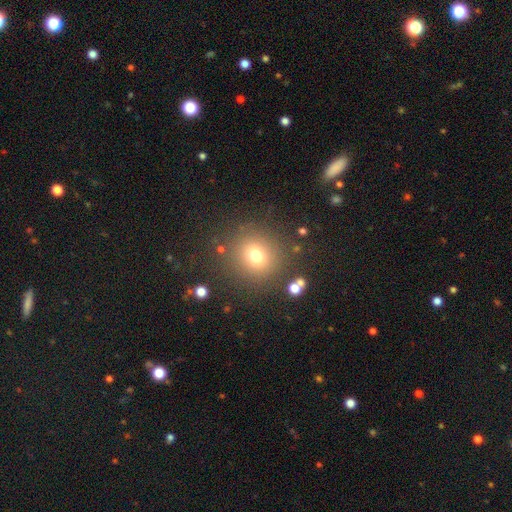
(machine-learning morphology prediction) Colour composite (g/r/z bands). It shows a smooth galaxy with no disk features (73%) that is round (90%). Merging: none (84%).